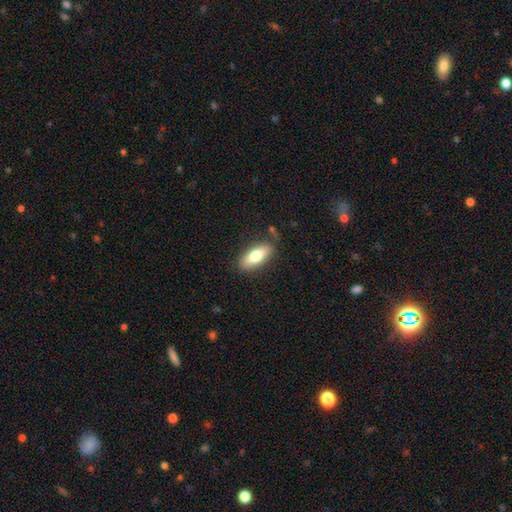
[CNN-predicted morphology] Overall: smooth (72%). How rounded: in between (77%). Merging: none (81%).